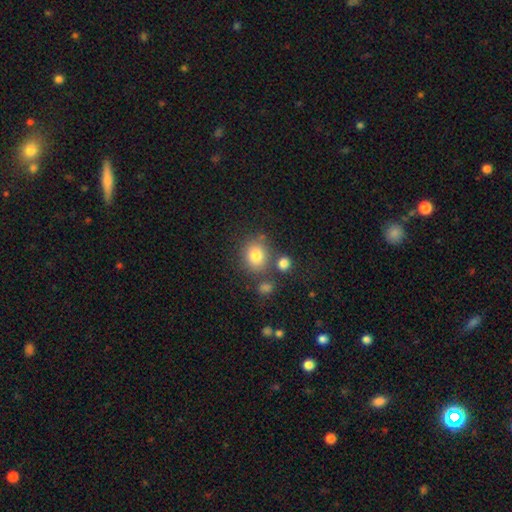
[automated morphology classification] smooth 79%, star or artifact 12%, featured or disk 9%. Down the decision tree: how rounded — round (75%); merging — none (71%).